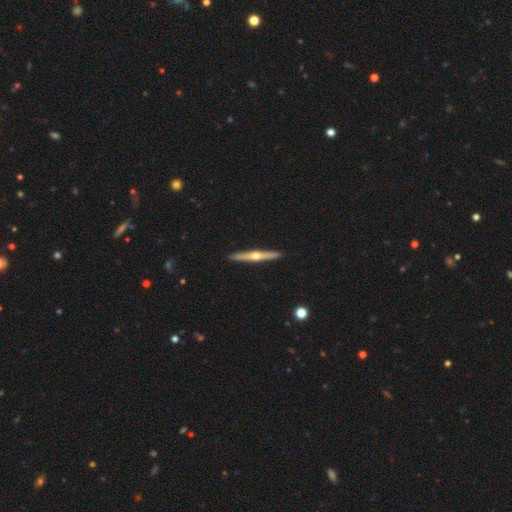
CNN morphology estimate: This is likely a featured or disk galaxy (73%). It is clearly viewed edge-on (98%). Edge-on bulge: clearly rounded (93%). Merging: clearly none (93%).